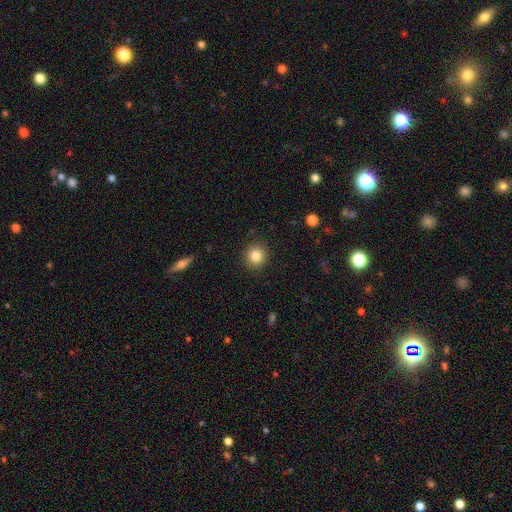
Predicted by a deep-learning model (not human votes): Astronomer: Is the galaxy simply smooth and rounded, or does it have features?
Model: smooth — 84%.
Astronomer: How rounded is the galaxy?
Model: round — 90%.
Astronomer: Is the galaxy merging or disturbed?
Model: none — 91%.